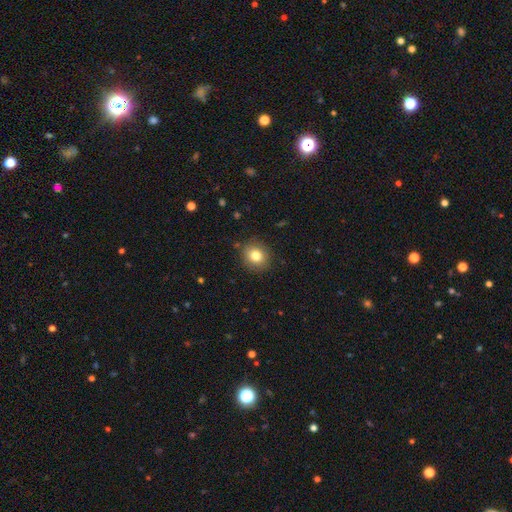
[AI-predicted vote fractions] Q: Smooth or featured?
A: smooth (80%); runner-up: star or artifact (11%)
Q: How rounded?
A: round (81%); runner-up: in between (18%)
Q: Merging?
A: none (87%); runner-up: minor disturbance (9%)